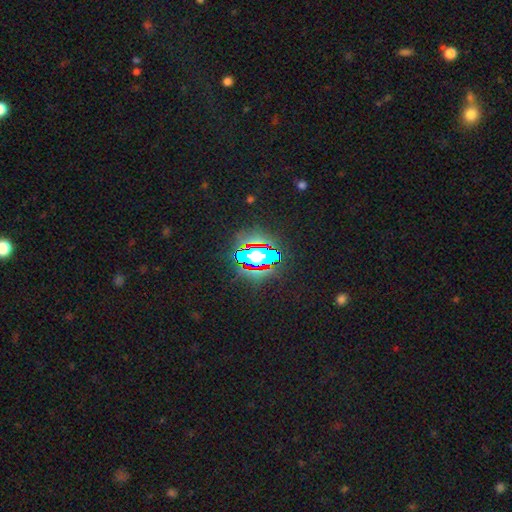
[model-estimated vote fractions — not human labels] Overall: star or artifact (59%; smooth 27%).